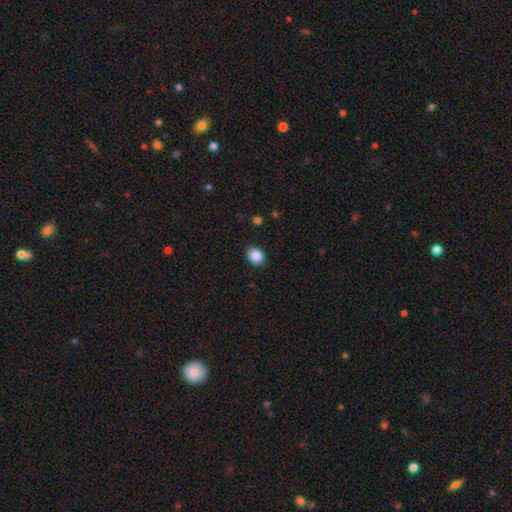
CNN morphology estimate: Smooth or featured? Predicted: smooth (p=0.87). How rounded? Predicted: round (p=0.50). Merging? Predicted: none (p=0.89).